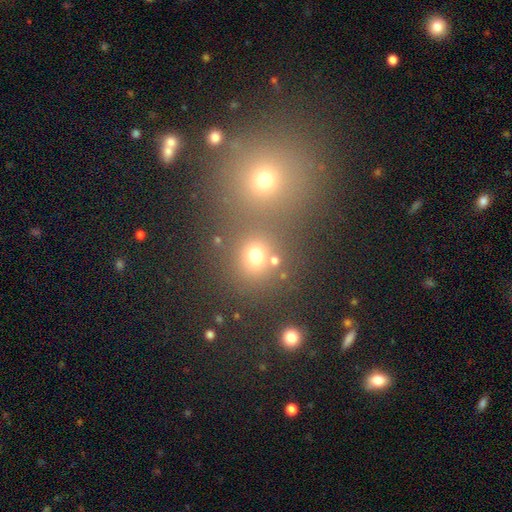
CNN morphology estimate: A smooth galaxy with no disk features (68%) that is round (81%). Merging: none (63%).